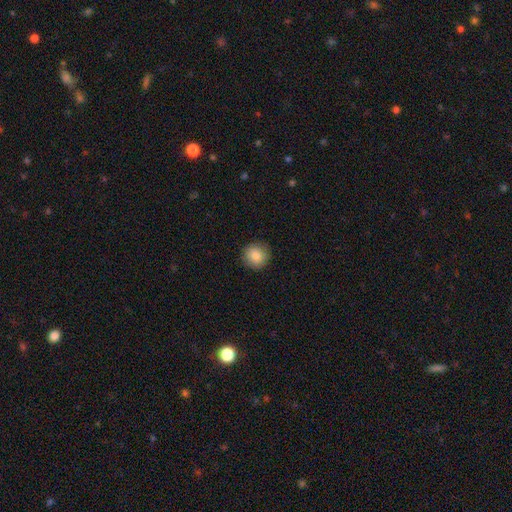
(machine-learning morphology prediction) This is clearly a smooth galaxy (85%). How rounded: clearly round (93%). Merging: clearly none (90%).